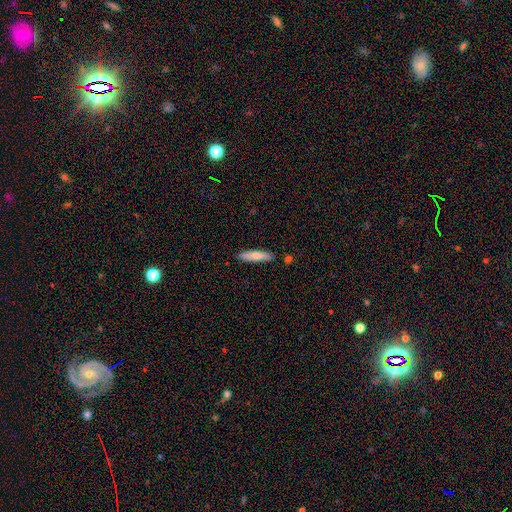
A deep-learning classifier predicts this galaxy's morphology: type=smooth (74%); roundness=cigar-shaped (75%); merging=none (85%).